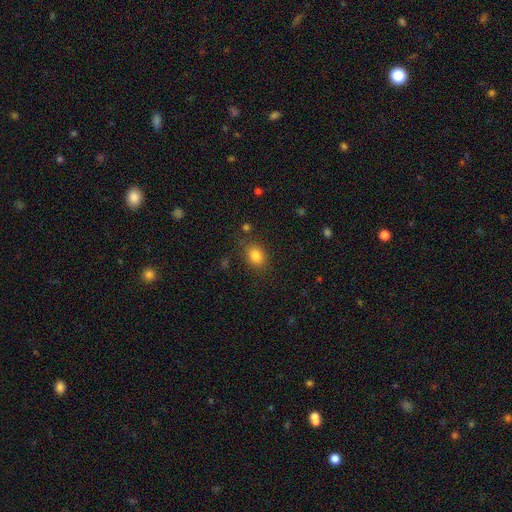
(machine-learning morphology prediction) smooth 84%, star or artifact 10%, featured or disk 6%. Down the decision tree: how rounded — in between (61%); merging — none (80%).